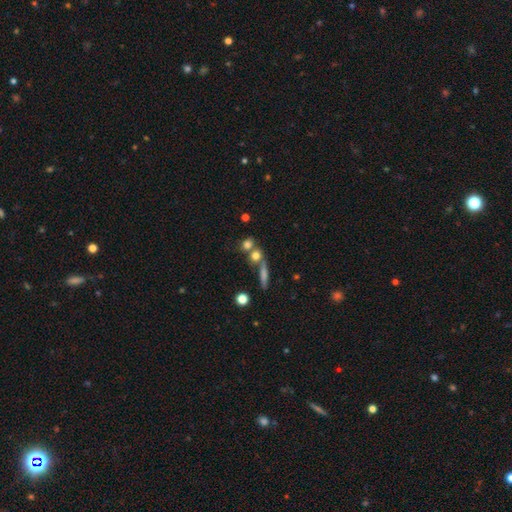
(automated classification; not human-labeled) Smooth or featured?
  - smooth: 71% *
  - featured or disk: 16%
  - star or artifact: 13%
How rounded?
  - round: 63% *
  - in between: 22%
  - cigar-shaped: 15%
Merging?
  - none: 53% *
  - merger: 33%
  - minor disturbance: 9%
  - major disturbance: 5%